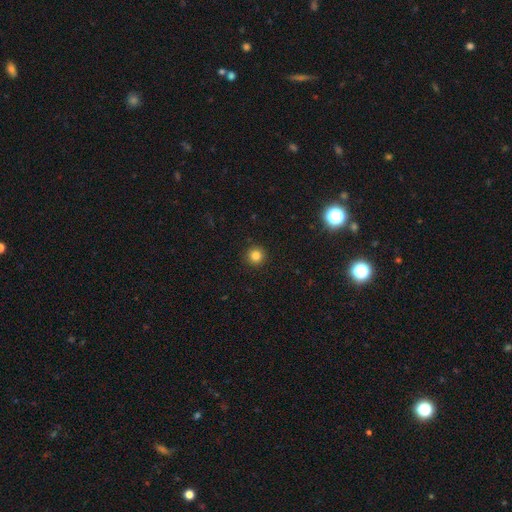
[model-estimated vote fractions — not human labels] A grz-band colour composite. It shows a smooth galaxy with no disk features (82%) that is round (96%). Merging: none (92%).